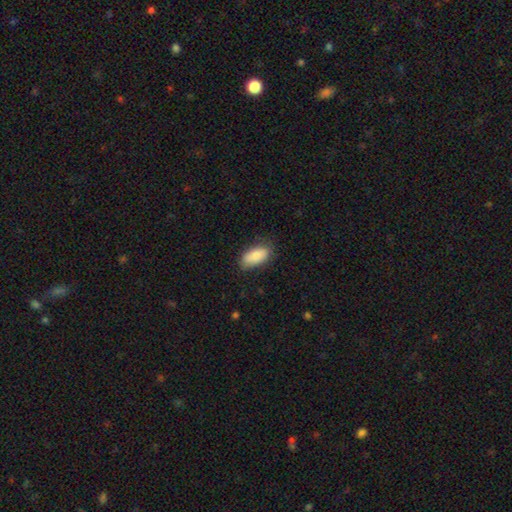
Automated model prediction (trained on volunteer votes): smooth-or-featured: smooth: 85% | featured or disk: 8% | star or artifact: 6%
  how-rounded: in between: 91% | cigar-shaped: 6% | round: 3%
  merging: none: 74% | minor disturbance: 20% | major disturbance: 4% | merger: 1%